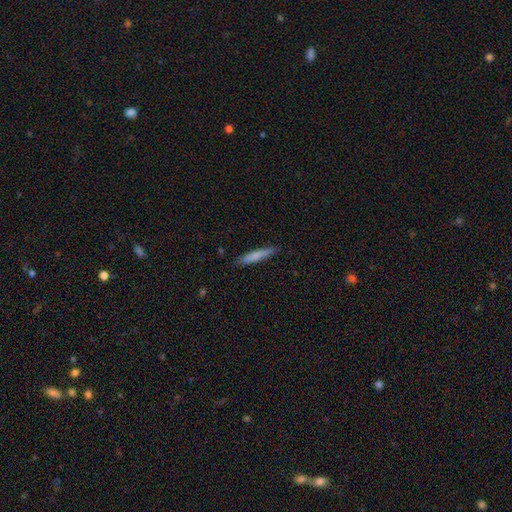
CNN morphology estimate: smooth 73%, featured or disk 21%, star or artifact 6%. Down the decision tree: how rounded — cigar-shaped (92%); merging — none (87%).